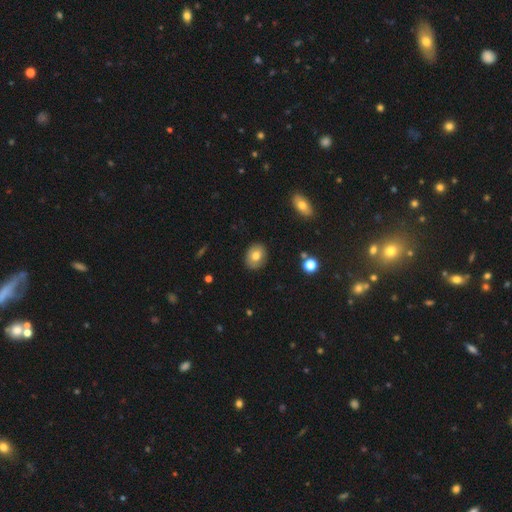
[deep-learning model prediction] Overall: smooth (74%). How rounded: in between (55%; round 44%). Merging: none (87%).